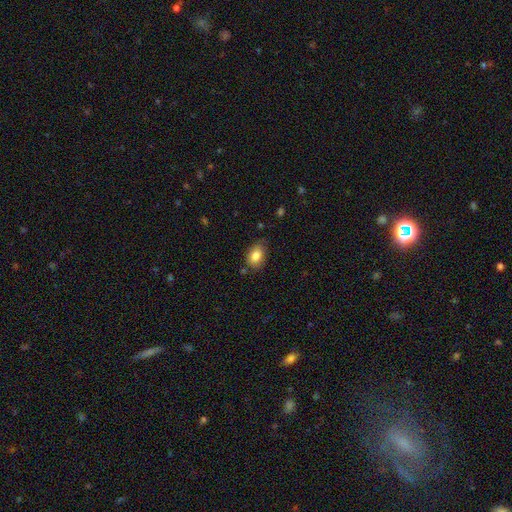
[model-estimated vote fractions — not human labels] Morphology: type=smooth (83%); roundness=in between (82%); merging=none (68%).